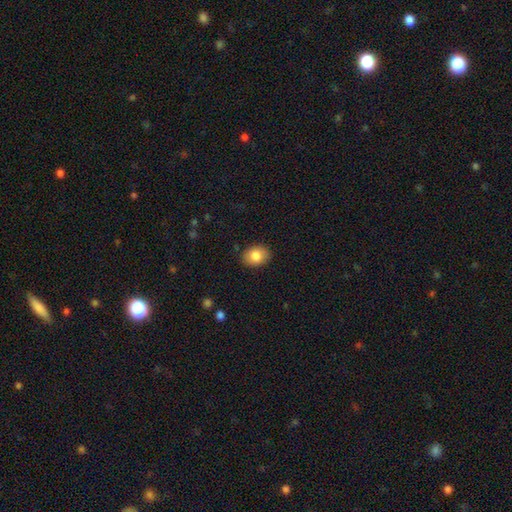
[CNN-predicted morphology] Smooth or featured?
  - smooth: 83% *
  - featured or disk: 9%
  - star or artifact: 8%
How rounded?
  - in between: 69% *
  - round: 30%
  - cigar-shaped: 1%
Merging?
  - none: 88% *
  - minor disturbance: 8%
  - major disturbance: 2%
  - merger: 1%